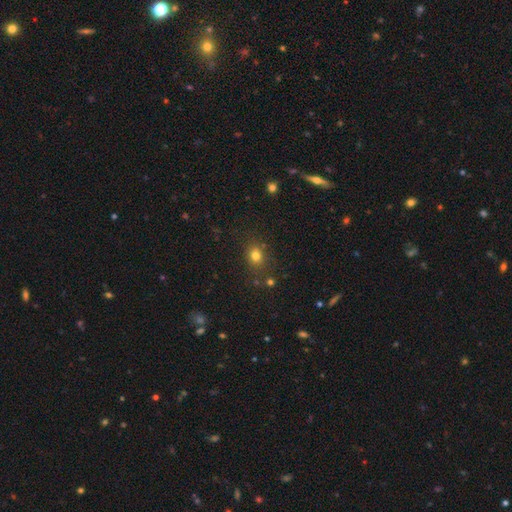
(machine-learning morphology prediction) A smooth galaxy with no disk features (77%) that is round (68%).

Vote fractions:
- Smooth or featured? smooth: 77% / star or artifact: 17% / featured or disk: 7%
- How rounded? round: 68% / in between: 31% / cigar-shaped: 1%
- Merging? none: 79% / minor disturbance: 12% / merger: 5% / major disturbance: 4%